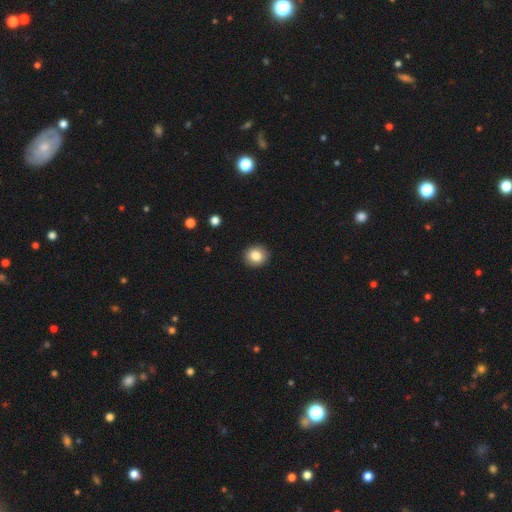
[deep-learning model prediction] Overall: smooth (84%). How rounded: round (84%). Merging: none (92%).